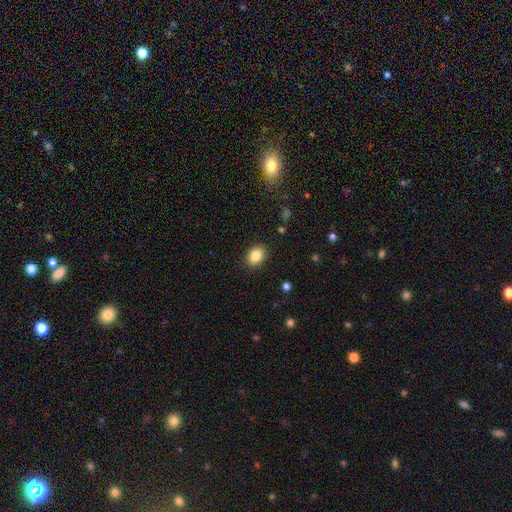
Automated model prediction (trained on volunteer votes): Morphology: type=smooth (85%); roundness=in between (69%); merging=none (88%).